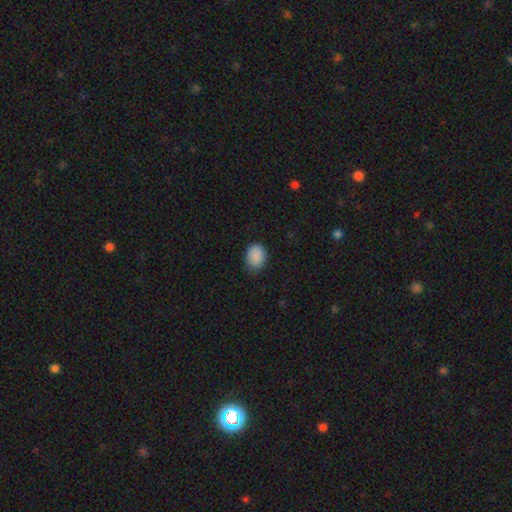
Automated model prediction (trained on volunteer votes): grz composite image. It shows a smooth galaxy with no disk features (89%) that is in between round and cigar-shaped (63%). Merging: none (73%).